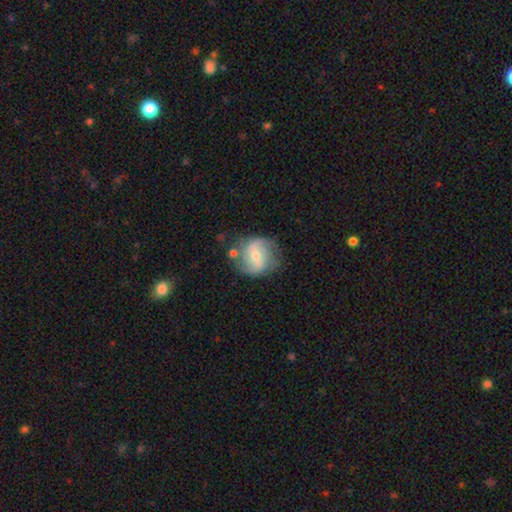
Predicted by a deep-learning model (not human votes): Q: Smooth or featured?
A: featured or disk (70%); runner-up: smooth (23%)
Q: Edge-on disk?
A: no (97%); runner-up: yes (3%)
Q: Bar?
A: weak (49%); runner-up: no (29%)
Q: Spiral arms?
A: yes (89%); runner-up: no (11%)
Q: Spiral winding?
A: loose (42%); tied with: medium (42%)
Q: Spiral arm count?
A: 2 (76%); runner-up: can't tell (10%)
Q: Bulge size?
A: small (47%); tied with: moderate (47%)
Q: Merging?
A: none (66%); runner-up: minor disturbance (19%)